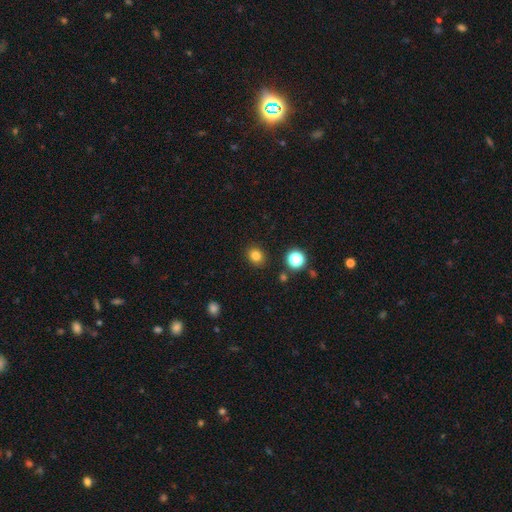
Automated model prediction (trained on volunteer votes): The model was most divided on "how rounded": round: 73%, in between: 26%, cigar-shaped: 1%. More confident: merging — none (90%); smooth or featured — smooth (81%).